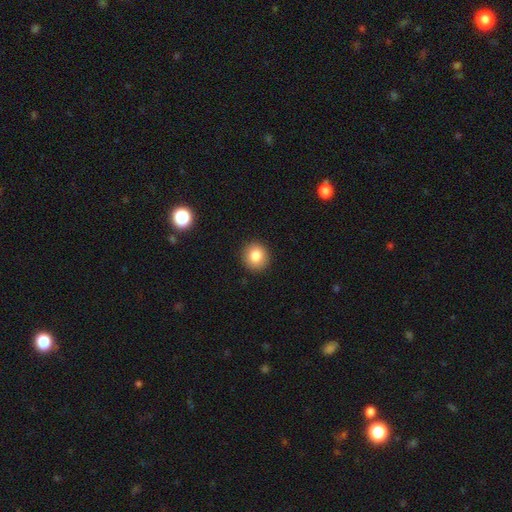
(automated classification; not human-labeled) This appears to be a smooth galaxy with no disk features (84%) that is round (89%). Merging: none (92%).